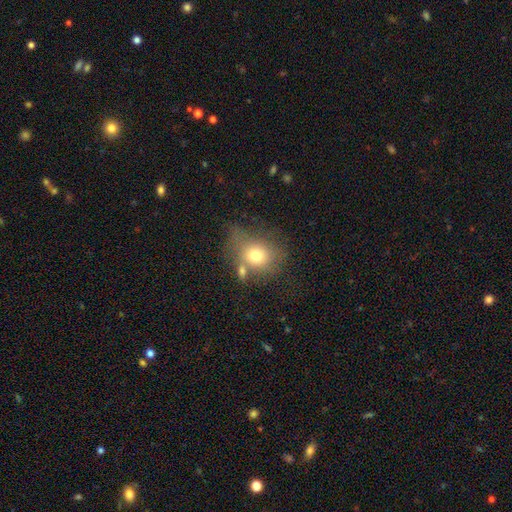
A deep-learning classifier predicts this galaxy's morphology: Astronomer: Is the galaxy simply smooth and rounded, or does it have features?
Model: smooth — 71%.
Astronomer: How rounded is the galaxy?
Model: round — 66%.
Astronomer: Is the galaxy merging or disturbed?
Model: none — 43% (runner-up: minor disturbance, 22%).